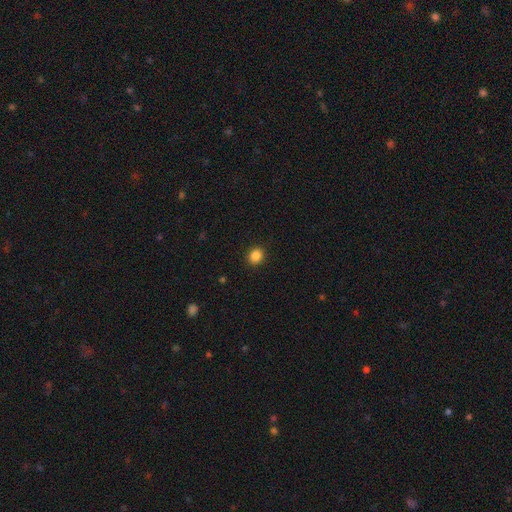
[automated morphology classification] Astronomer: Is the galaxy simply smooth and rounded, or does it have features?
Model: smooth — 86%.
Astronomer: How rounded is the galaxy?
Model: round — 74%.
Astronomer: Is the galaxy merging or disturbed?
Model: none — 91%.